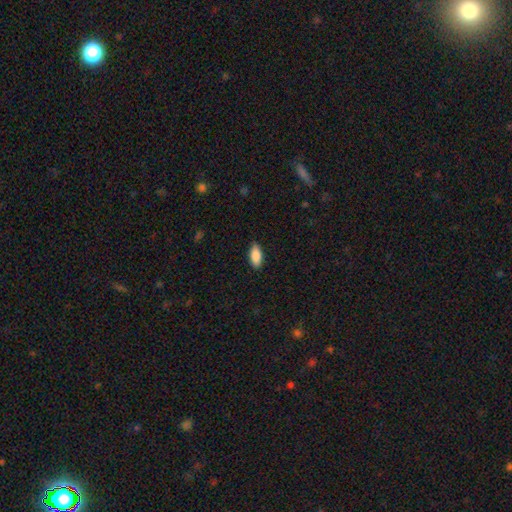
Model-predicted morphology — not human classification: This is clearly a smooth galaxy (87%). How rounded: clearly in between (88%). Merging: clearly none (87%).